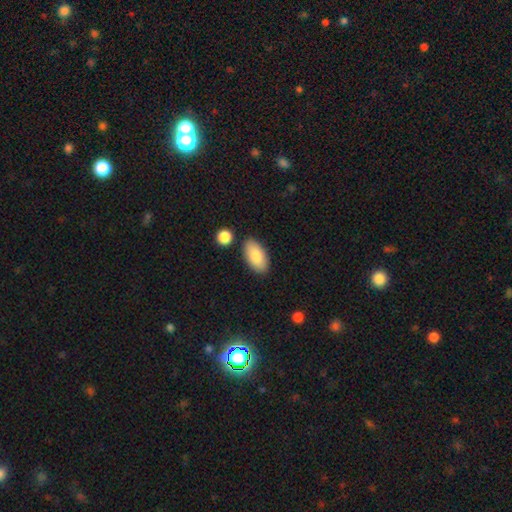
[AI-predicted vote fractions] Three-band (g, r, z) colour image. It shows a smooth galaxy with no disk features (85%) that is in between round and cigar-shaped (95%). Merging: none (83%).